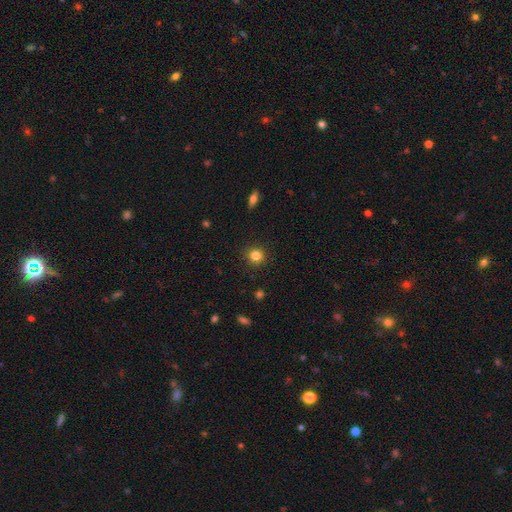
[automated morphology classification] This appears to be a smooth galaxy with no disk features (83%) that is round (90%). Merging: none (90%).